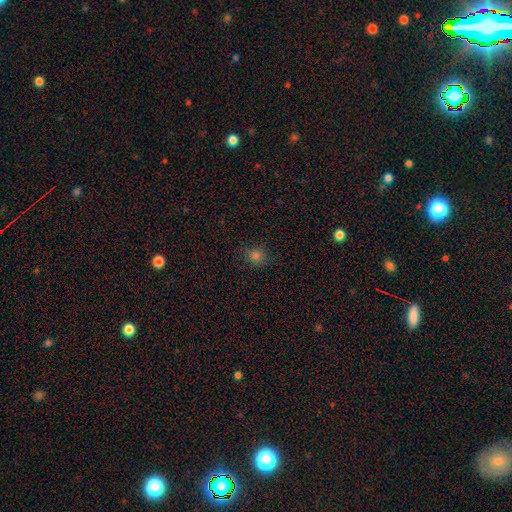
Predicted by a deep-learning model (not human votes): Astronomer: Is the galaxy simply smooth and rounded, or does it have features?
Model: smooth — 76%.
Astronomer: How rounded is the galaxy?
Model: round — 81%.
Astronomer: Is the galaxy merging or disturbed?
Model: none — 87%.